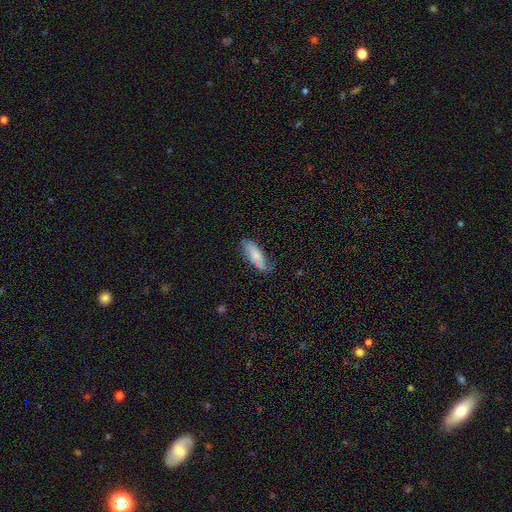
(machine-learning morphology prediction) A smooth galaxy with no disk features (71%) that is in between round and cigar-shaped (66%).

Vote fractions:
- Smooth or featured? smooth: 71% / featured or disk: 23% / star or artifact: 6%
- How rounded? in between: 66% / cigar-shaped: 32% / round: 2%
- Merging? none: 66% / minor disturbance: 26% / major disturbance: 6% / merger: 2%